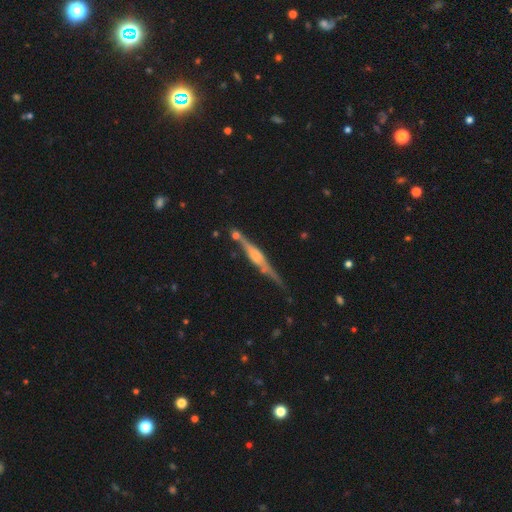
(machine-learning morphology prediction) Smooth or featured: featured or disk — 79% (smooth — 15%)
Edge-on disk: yes — 97% (no — 3%)
Edge-on bulge: rounded — 57% (boxy — 34%)
Merging: none — 79% (minor disturbance — 14%)